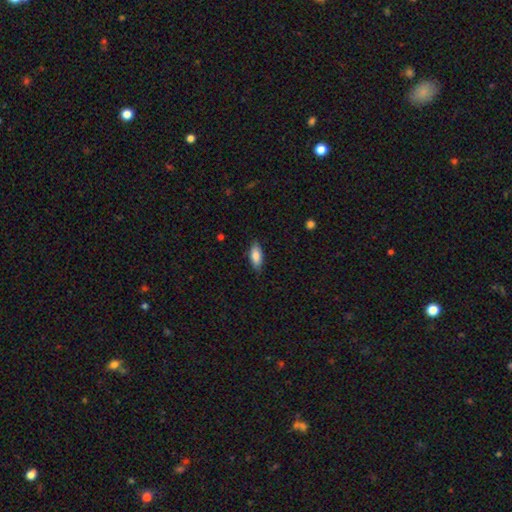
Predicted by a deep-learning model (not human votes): This is clearly a smooth galaxy (83%). How rounded: clearly in between (81%). Merging: clearly none (81%).